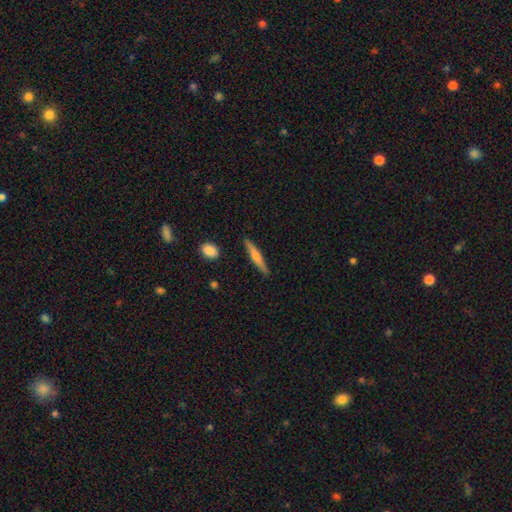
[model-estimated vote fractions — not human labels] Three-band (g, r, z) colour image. It shows a smooth galaxy with no disk features (58%) that is cigar-shaped (91%). Merging: none (88%).